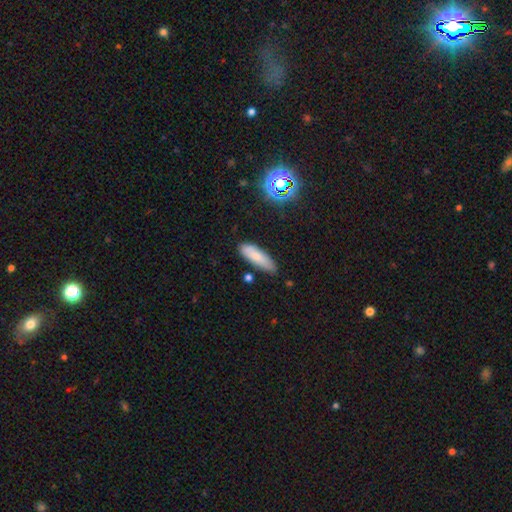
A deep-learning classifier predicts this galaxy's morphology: The model was most divided on "how rounded" (2-way tie): cigar-shaped: 49%, in between: 49%, round: 2%. More confident: smooth or featured — smooth (77%); merging — none (74%).